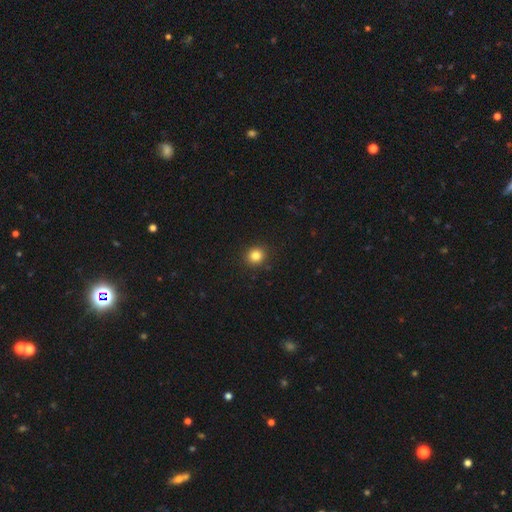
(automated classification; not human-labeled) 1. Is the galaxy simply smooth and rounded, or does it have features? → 83% smooth, 12% star or artifact, 5% featured or disk.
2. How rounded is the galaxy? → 90% round, 9% in between, 1% cigar-shaped.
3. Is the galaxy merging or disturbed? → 91% none, 6% minor disturbance, 2% major disturbance, 1% merger.